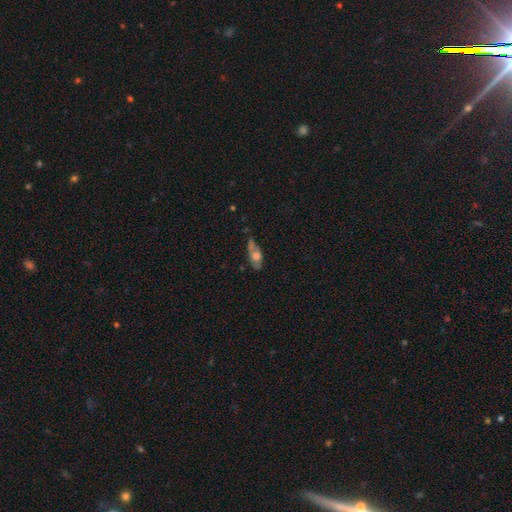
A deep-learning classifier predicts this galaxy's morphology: This appears to be a smooth galaxy with no disk features (49%). Merging: none (48%).